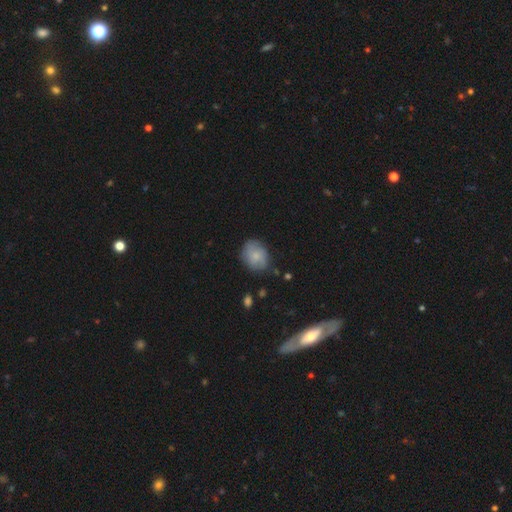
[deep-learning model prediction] A smooth galaxy with no disk features (69%) that is round (55%). Merging: none (69%).